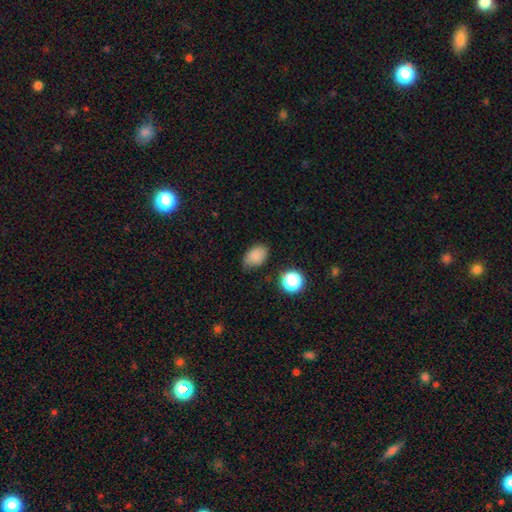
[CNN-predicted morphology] Smooth or featured: smooth — 83% (star or artifact — 11%)
How rounded: in between — 83% (round — 16%)
Merging: none — 74% (minor disturbance — 20%)